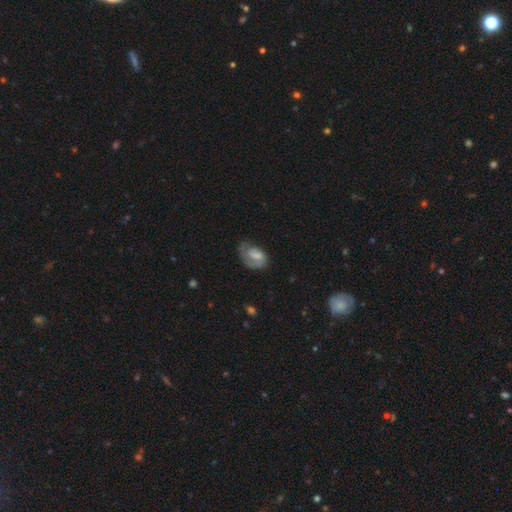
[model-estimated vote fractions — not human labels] Smooth or featured: featured or disk — 53% (smooth — 39%)
Edge-on disk: no — 96% (yes — 4%)
Bar: no — 48% (weak — 40%)
Spiral arms: yes — 78% (no — 22%)
Bulge size: none — 31% (small — 28%)
Merging: none — 43% (minor disturbance — 28%)